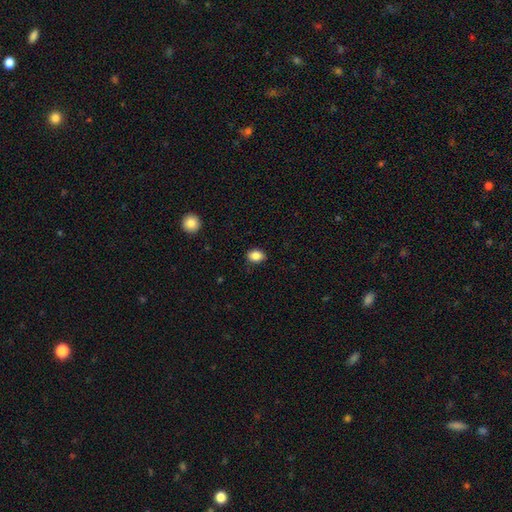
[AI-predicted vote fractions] Smooth or featured? Predicted: smooth (p=0.86). How rounded? Predicted: in between (p=0.71). Merging? Predicted: none (p=0.84).